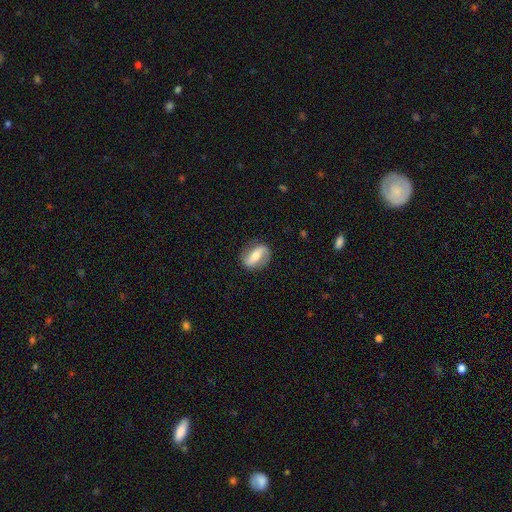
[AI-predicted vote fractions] Morphology: type=featured or disk (67%); edge-on=no (89%); bar=strong (57%); spiral arms=yes (79%); bulge=moderate (60%); merging=none (83%).